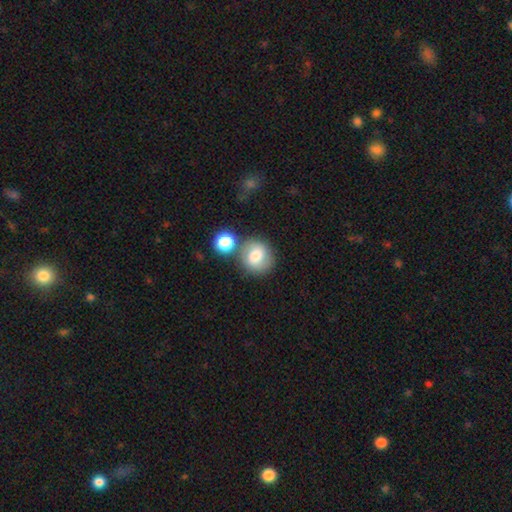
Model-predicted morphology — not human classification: Overall: smooth (71%). How rounded: round (86%). Merging: none (65%).